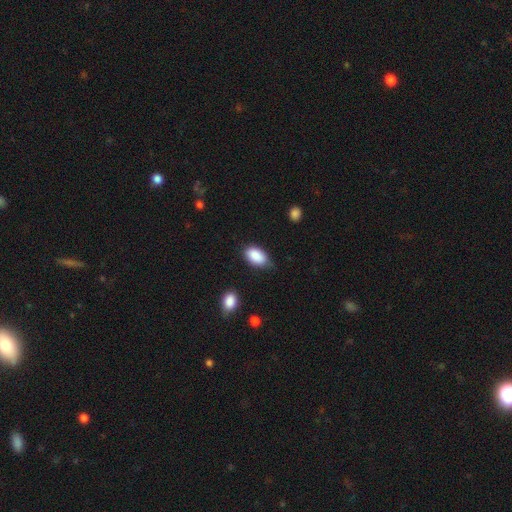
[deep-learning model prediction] smooth 89%, star or artifact 7%, featured or disk 5%. Down the decision tree: how rounded — in between (93%); merging — none (68%).